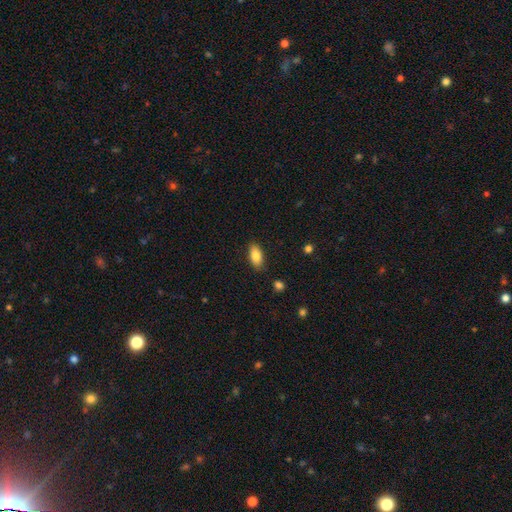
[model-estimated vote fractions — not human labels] smooth 84%, featured or disk 9%, star or artifact 7%. Down the decision tree: how rounded — in between (91%); merging — none (86%).